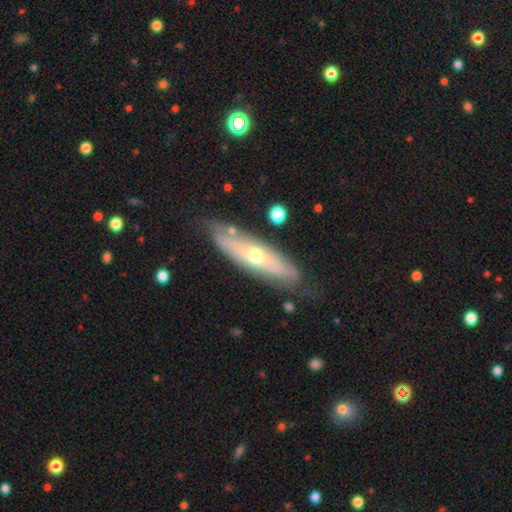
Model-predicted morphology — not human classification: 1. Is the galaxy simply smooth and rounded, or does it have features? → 65% featured or disk, 29% smooth, 6% star or artifact.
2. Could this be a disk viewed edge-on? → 53% no, 47% yes.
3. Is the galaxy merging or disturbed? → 77% none, 17% minor disturbance, 4% major disturbance, 3% merger.